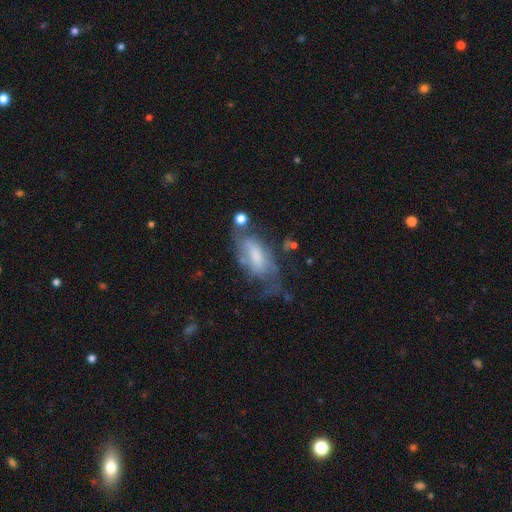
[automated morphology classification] Smooth or featured: featured or disk — 55% (smooth — 36%)
Edge-on disk: no — 87% (yes — 13%)
Merging: none — 43% (minor disturbance — 26%)